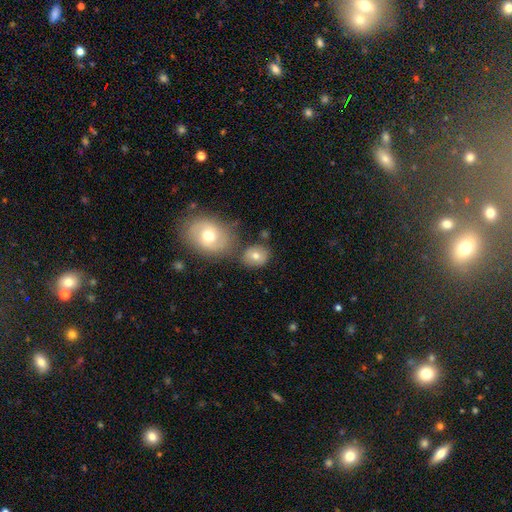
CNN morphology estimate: A smooth galaxy with no disk features (70%) that is round (60%). Merging: none (67%).